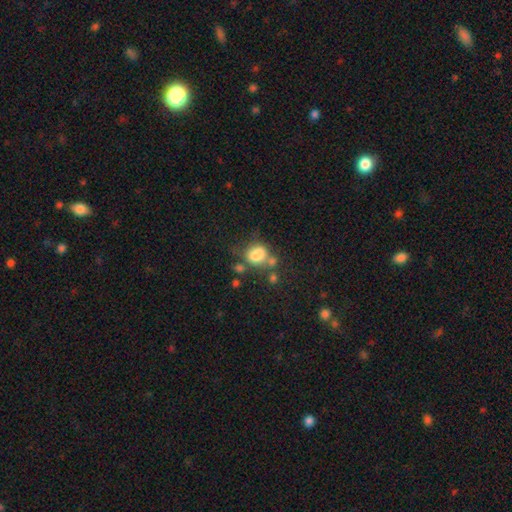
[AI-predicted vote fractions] Smooth or featured? Predicted: smooth (p=0.77). How rounded? Predicted: in between (p=0.55). Merging? Predicted: none (p=0.39).